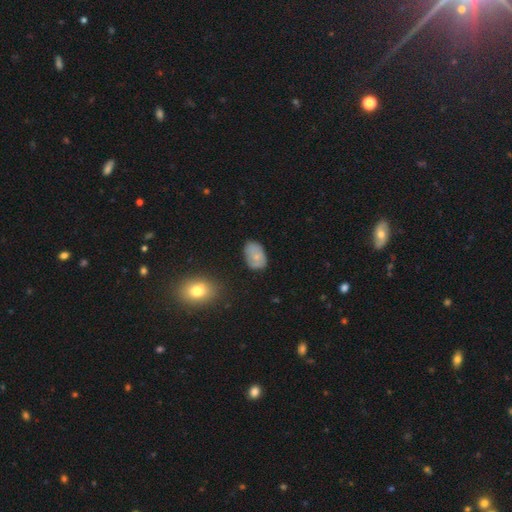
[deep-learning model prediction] Morphology: type=smooth (68%); roundness=in between (85%); merging=none (66%).